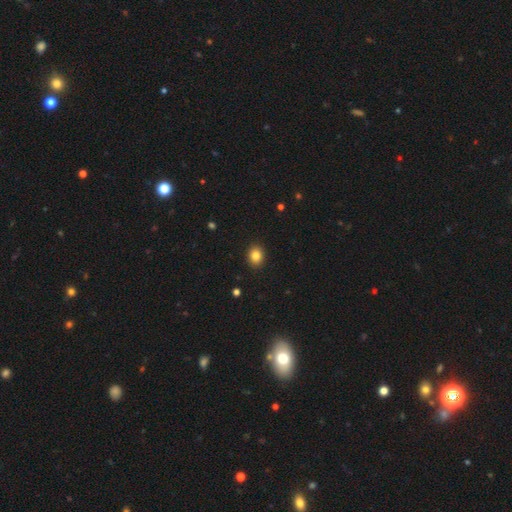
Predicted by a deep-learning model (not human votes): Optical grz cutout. It shows a smooth galaxy with no disk features (84%) that is round (55%). Merging: none (91%).